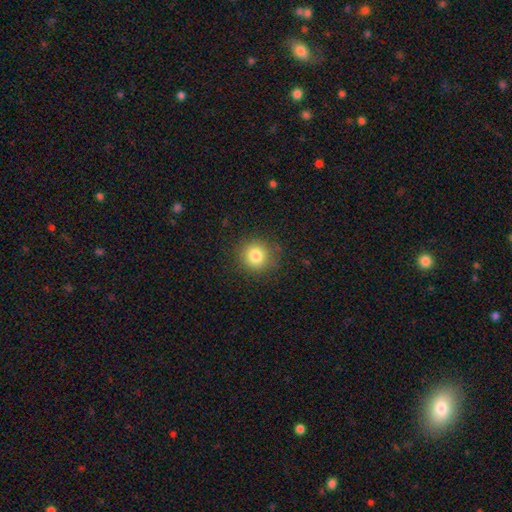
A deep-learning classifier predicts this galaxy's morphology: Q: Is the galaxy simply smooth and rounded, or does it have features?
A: smooth — 82%.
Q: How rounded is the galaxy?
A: round — 90%.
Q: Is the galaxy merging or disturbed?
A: none — 85%.